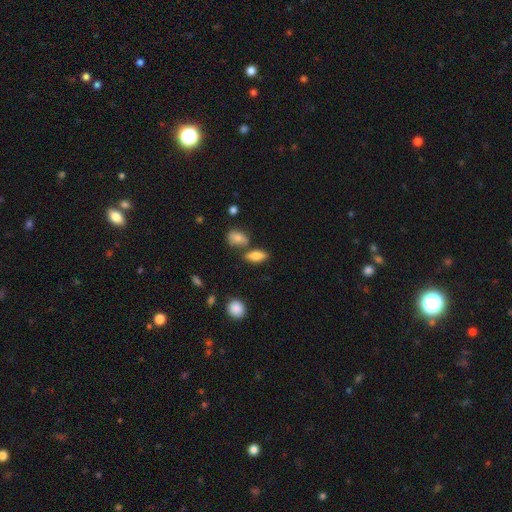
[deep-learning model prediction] Smooth or featured: smooth — 75% (featured or disk — 17%)
How rounded: in between — 75% (cigar-shaped — 20%)
Merging: none — 68% (merger — 15%)